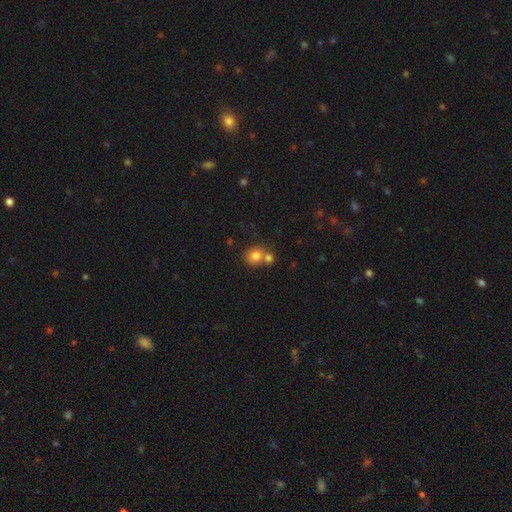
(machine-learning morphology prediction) type=smooth (78%); roundness=round (73%); merging=none (44%, tied with merger).